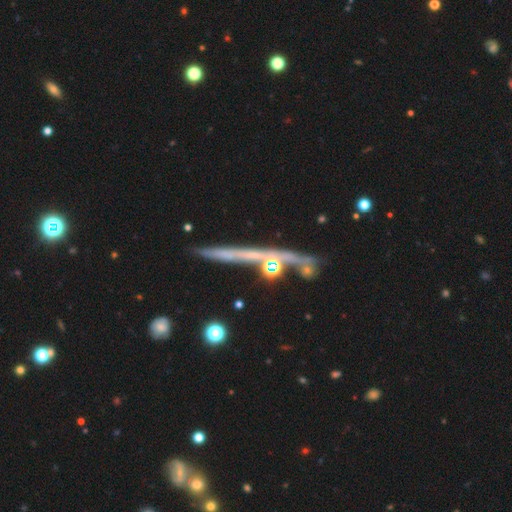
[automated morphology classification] Smooth or featured?
  - featured or disk: 74% *
  - smooth: 16%
  - star or artifact: 10%
Edge-on disk?
  - yes: 90% *
  - no: 10%
Edge-on bulge?
  - rounded: 50% *
  - none: 41%
  - boxy: 10%
Merging?
  - none: 60% *
  - merger: 20%
  - minor disturbance: 13%
  - major disturbance: 8%